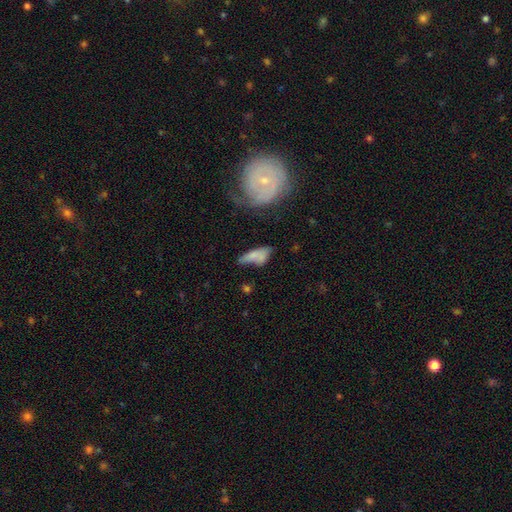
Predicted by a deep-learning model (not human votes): Overall: smooth (67%). How rounded: in between (63%; cigar-shaped 32%). Merging: none (34%; minor disturbance 27%).